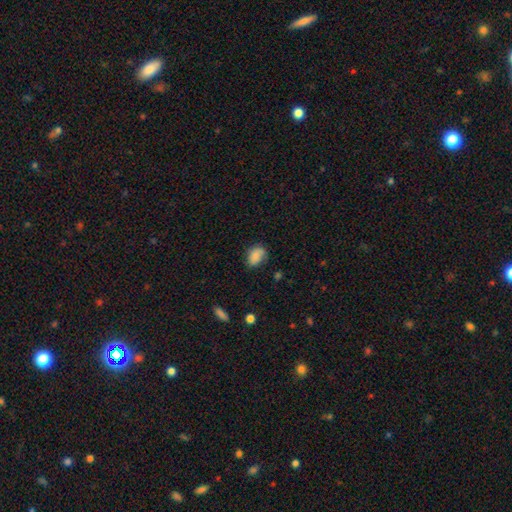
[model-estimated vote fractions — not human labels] The model was most divided on "merging": none: 65%, minor disturbance: 27%, major disturbance: 7%, merger: 2%. More confident: smooth or featured — smooth (83%); how rounded — in between (79%).